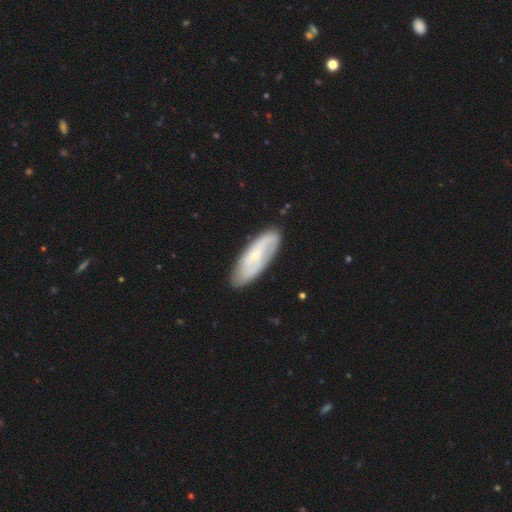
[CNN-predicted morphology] Smooth or featured? Predicted: featured or disk (p=0.57). Edge-on disk? Predicted: no (p=0.86). Merging? Predicted: none (p=0.79).